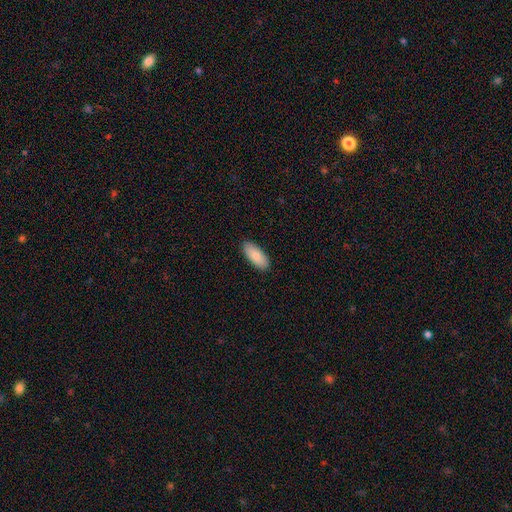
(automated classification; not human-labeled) smooth_or_featured: smooth (p=0.84) [alt: featured or disk p=0.10]
how_rounded: in between (p=0.86) [alt: cigar-shaped p=0.12]
merging: none (p=0.90) [alt: minor disturbance p=0.08]